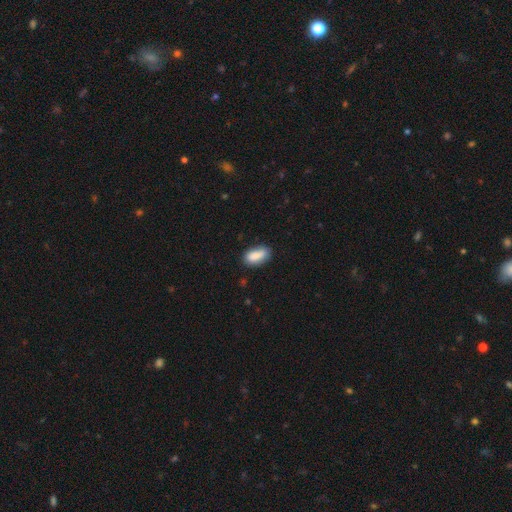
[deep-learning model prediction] smooth_or_featured: smooth (p=0.85) [alt: star or artifact p=0.07]
how_rounded: in between (p=0.87) [alt: cigar-shaped p=0.10]
merging: none (p=0.73) [alt: minor disturbance p=0.21]